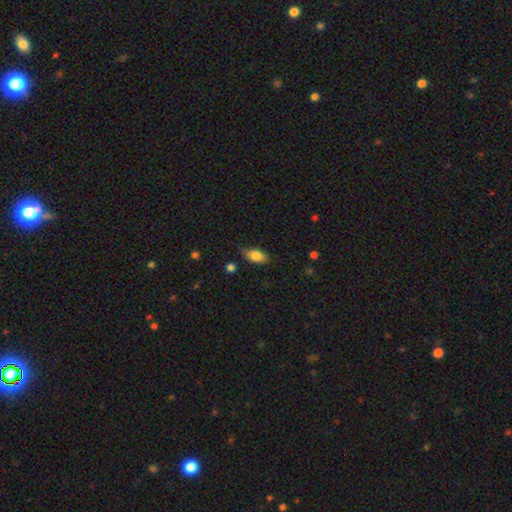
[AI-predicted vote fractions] Smooth or featured?
  - smooth: 79% *
  - featured or disk: 14%
  - star or artifact: 7%
How rounded?
  - in between: 87% *
  - cigar-shaped: 8%
  - round: 6%
Merging?
  - none: 71% *
  - minor disturbance: 23%
  - major disturbance: 4%
  - merger: 2%